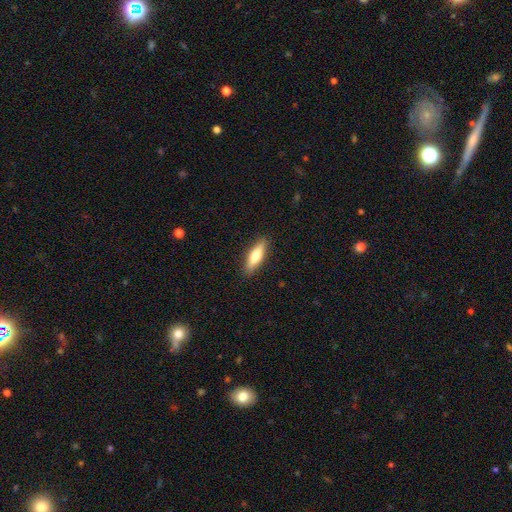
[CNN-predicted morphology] The model was most divided on "how rounded": cigar-shaped: 56%, in between: 42%, round: 2%. More confident: merging — none (89%); smooth or featured — smooth (66%).